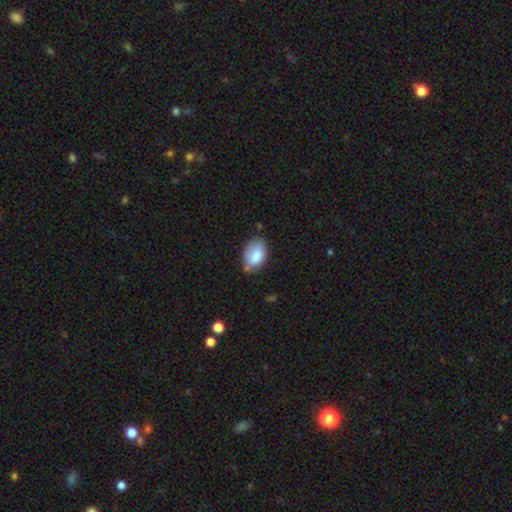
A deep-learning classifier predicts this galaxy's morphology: smooth 81%, featured or disk 12%, star or artifact 7%. Down the decision tree: how rounded — in between (89%); merging — none (56%).